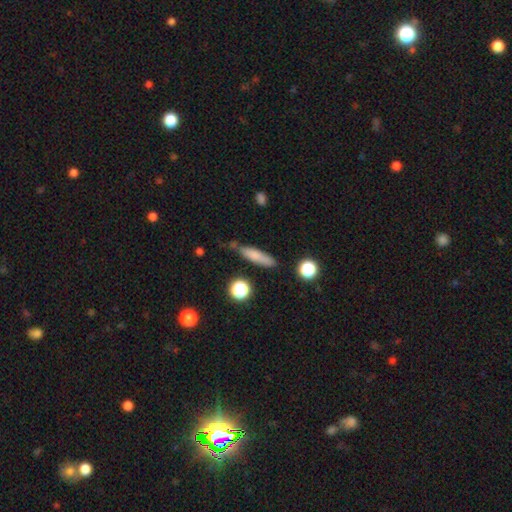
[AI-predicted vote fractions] Q: Smooth or featured?
A: smooth (75%); runner-up: featured or disk (16%)
Q: How rounded?
A: cigar-shaped (74%); runner-up: in between (22%)
Q: Merging?
A: none (71%); runner-up: minor disturbance (18%)